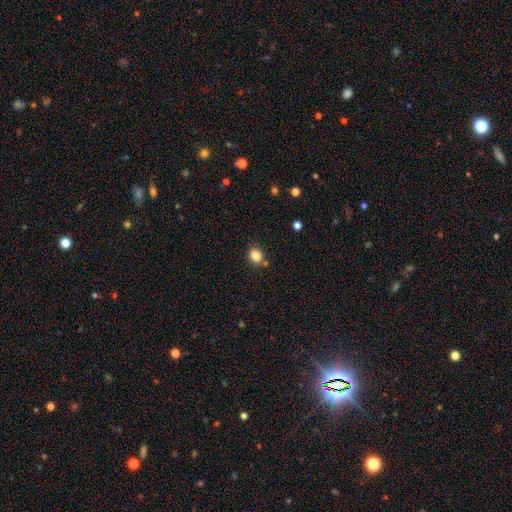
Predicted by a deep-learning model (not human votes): smooth_or_featured: smooth (p=0.83) [alt: star or artifact p=0.11]
how_rounded: round (p=0.64) [alt: in between p=0.35]
merging: none (p=0.77) [alt: minor disturbance p=0.12]